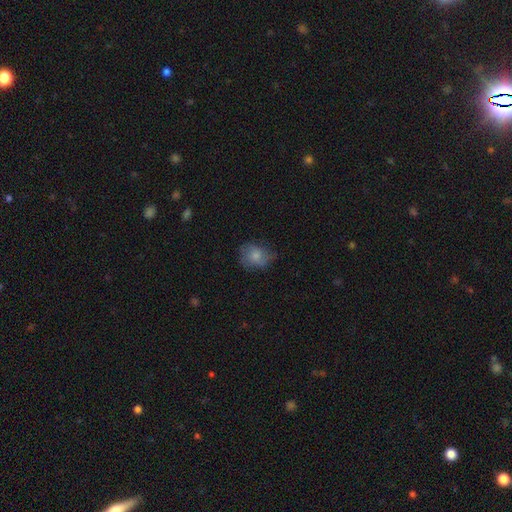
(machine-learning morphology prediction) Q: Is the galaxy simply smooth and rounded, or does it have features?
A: smooth — 71%.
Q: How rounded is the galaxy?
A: round — 51%.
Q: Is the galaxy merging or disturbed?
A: none — 58%.